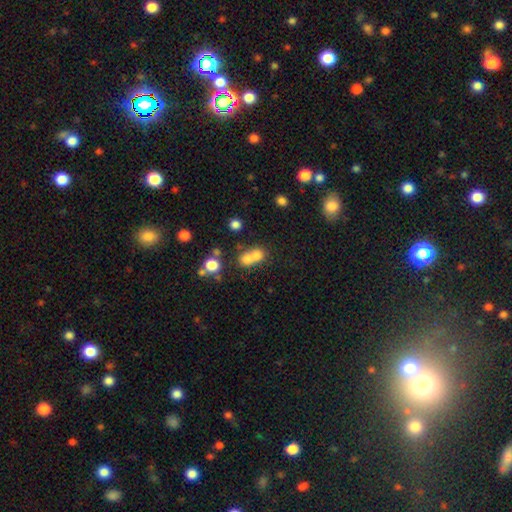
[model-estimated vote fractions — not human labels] This is likely a smooth galaxy (70%). How rounded: possibly round (55%). Merging: likely merger (62%).